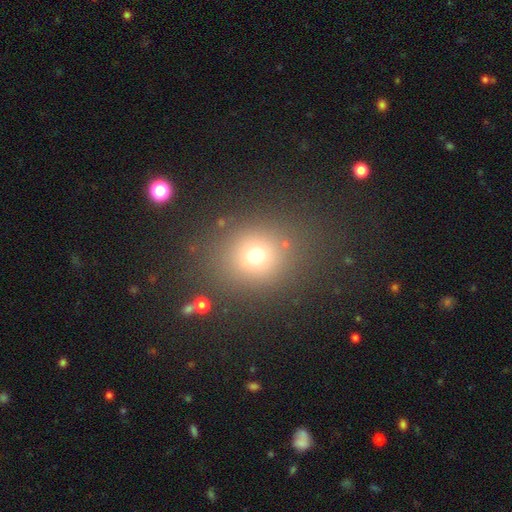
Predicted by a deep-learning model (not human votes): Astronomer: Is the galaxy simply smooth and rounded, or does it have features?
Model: smooth — 70%.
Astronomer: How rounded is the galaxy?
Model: round — 80%.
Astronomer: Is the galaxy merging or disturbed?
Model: none — 82%.